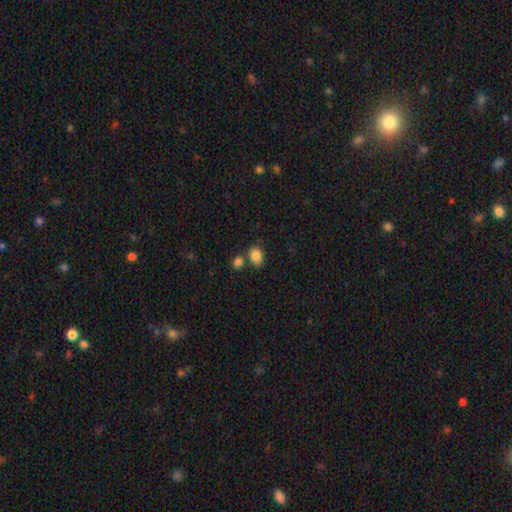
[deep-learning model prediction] This appears to be a smooth galaxy with no disk features (85%) that is in between round and cigar-shaped (58%). Merging: none (61%).